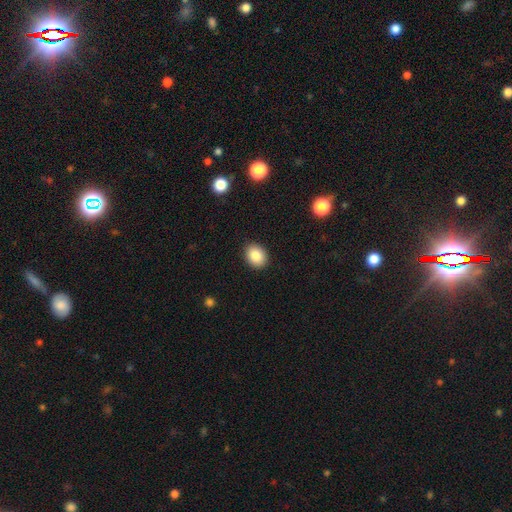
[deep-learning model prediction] A smooth galaxy with no disk features (86%) that is in between round and cigar-shaped (56%). Merging: none (90%).